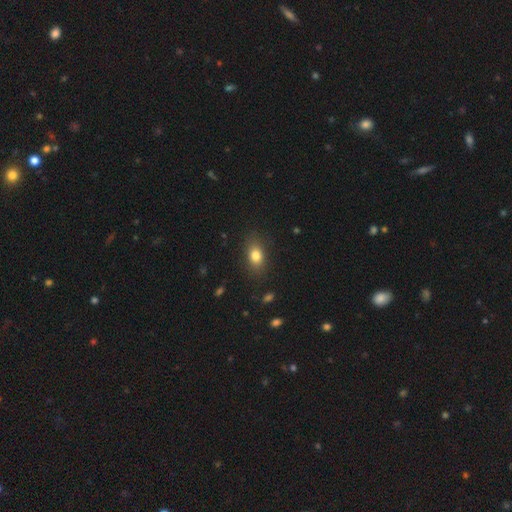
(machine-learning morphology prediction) Smooth or featured? Predicted: smooth (p=0.80). How rounded? Predicted: in between (p=0.78). Merging? Predicted: none (p=0.84).